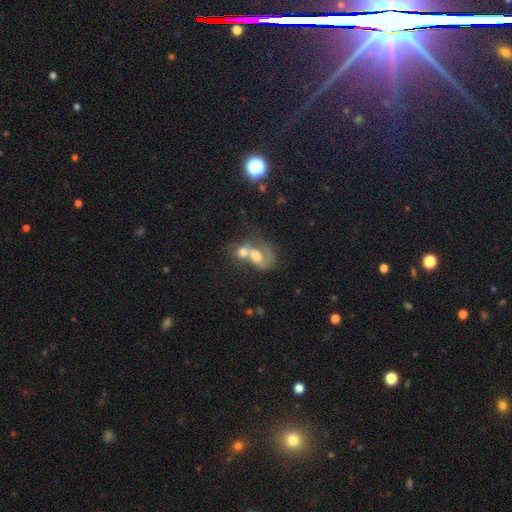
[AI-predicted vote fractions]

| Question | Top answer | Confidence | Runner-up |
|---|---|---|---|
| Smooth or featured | featured or disk | 49% | smooth (41%) |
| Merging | merger | 73% | none (11%) |